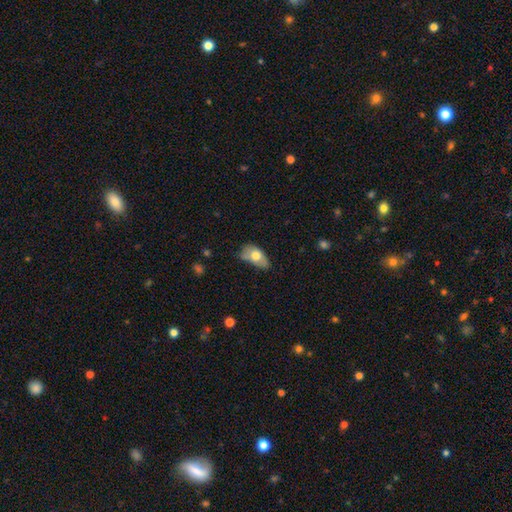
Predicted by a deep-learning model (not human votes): Smooth or featured?
  - smooth: 68% *
  - featured or disk: 24%
  - star or artifact: 8%
How rounded?
  - in between: 89% *
  - round: 8%
  - cigar-shaped: 2%
Merging?
  - minor disturbance: 40% *
  - none: 36%
  - major disturbance: 17%
  - merger: 6%